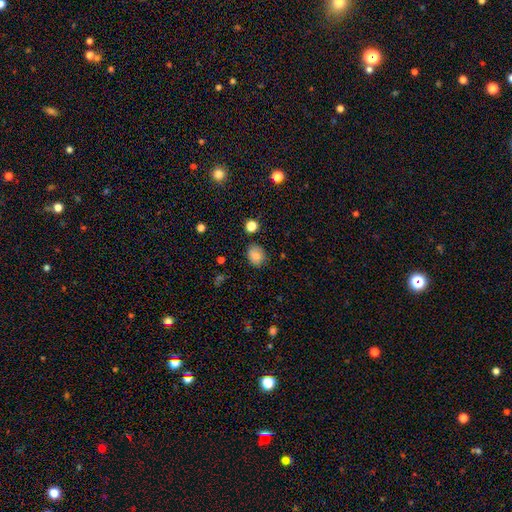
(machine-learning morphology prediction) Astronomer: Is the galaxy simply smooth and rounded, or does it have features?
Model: smooth — 84%.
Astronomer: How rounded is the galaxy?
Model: round — 53% (runner-up: in between, 46%).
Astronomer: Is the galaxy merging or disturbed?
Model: none — 81%.